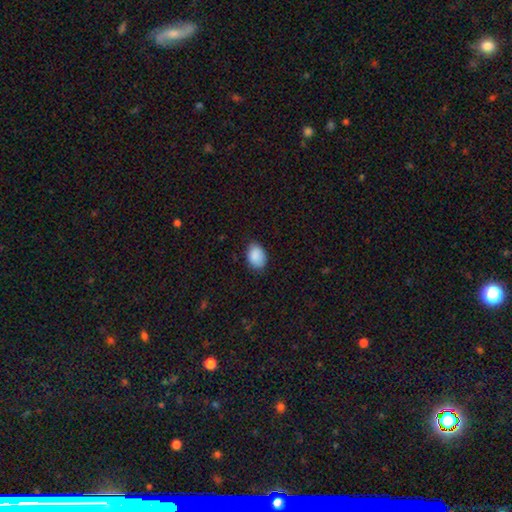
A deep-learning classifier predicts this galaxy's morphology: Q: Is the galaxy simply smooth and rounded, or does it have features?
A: smooth — 89%.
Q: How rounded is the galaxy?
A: in between — 81%.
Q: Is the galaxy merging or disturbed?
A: none — 78%.